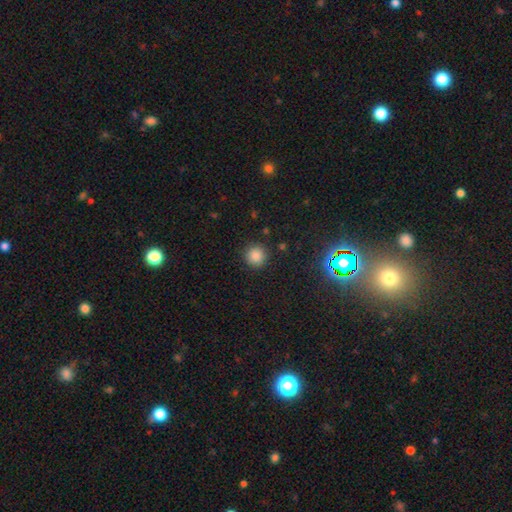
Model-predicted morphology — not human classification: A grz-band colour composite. It shows a smooth galaxy with no disk features (84%) that is round (94%). Merging: none (89%).